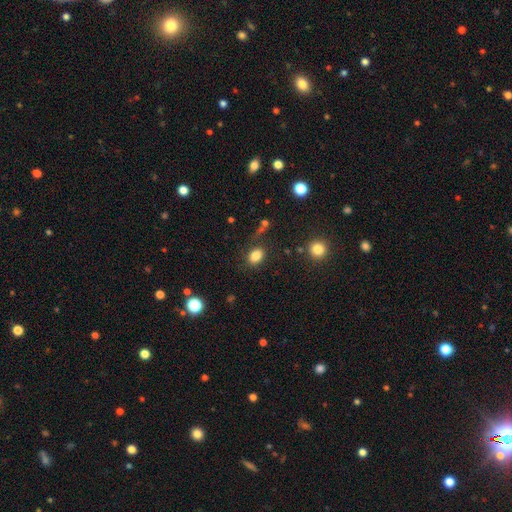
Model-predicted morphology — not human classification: Q: Smooth or featured?
A: smooth (82%); runner-up: star or artifact (11%)
Q: How rounded?
A: in between (64%); runner-up: round (35%)
Q: Merging?
A: none (78%); runner-up: minor disturbance (13%)